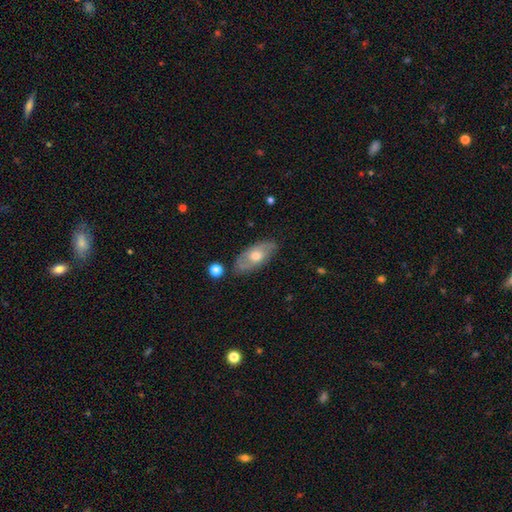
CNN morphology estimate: Q: Smooth or featured?
A: featured or disk (49%); runner-up: smooth (44%)
Q: Merging?
A: none (80%); runner-up: minor disturbance (15%)